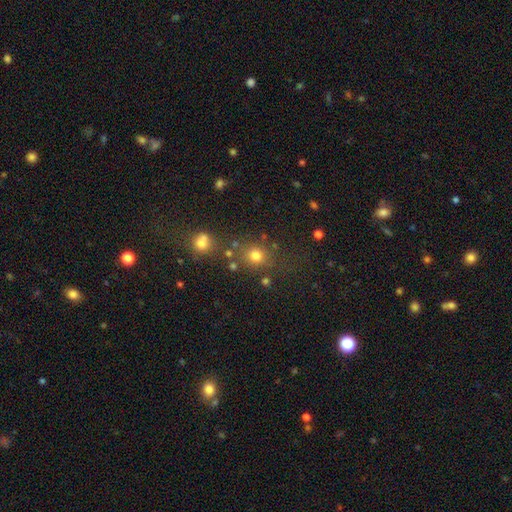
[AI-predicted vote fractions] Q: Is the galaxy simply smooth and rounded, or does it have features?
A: smooth — 75%.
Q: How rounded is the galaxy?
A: round — 83%.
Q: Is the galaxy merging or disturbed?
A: none — 73%.